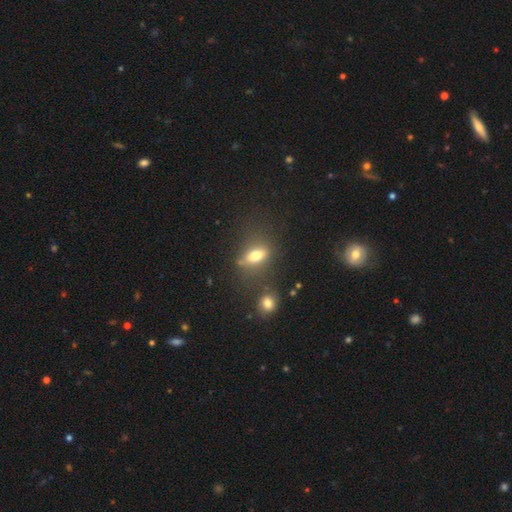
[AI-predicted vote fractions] Morphology: type=smooth (67%); roundness=in between (74%); merging=none (63%).